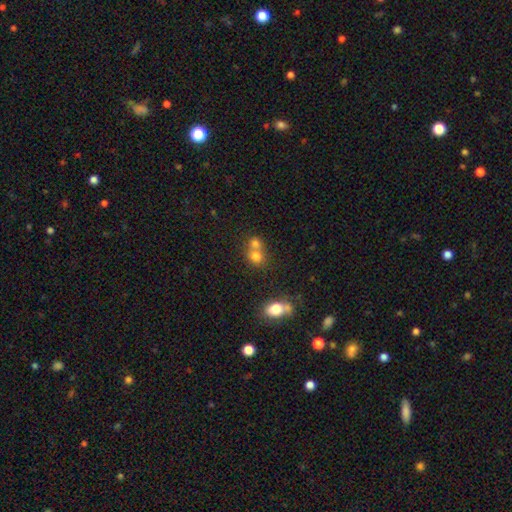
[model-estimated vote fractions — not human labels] Smooth or featured? smooth (74%)
How rounded? round (71%)
Merging? merger (57%)